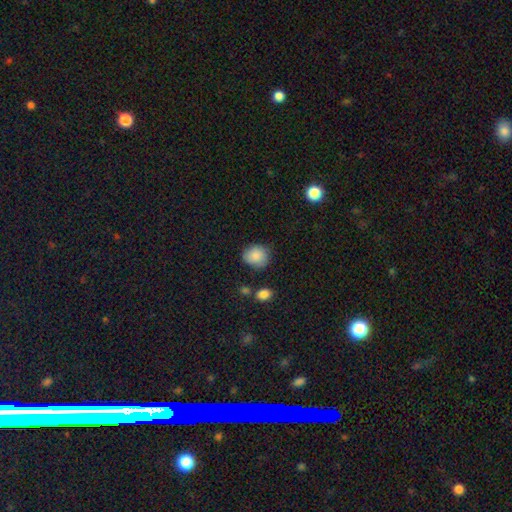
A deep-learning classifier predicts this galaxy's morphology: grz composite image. It shows a smooth galaxy with no disk features (87%) that is round (77%). Merging: none (78%).